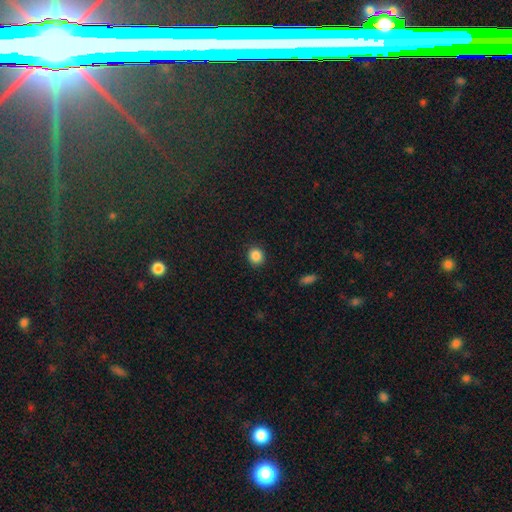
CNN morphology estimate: Smooth or featured? Predicted: smooth (p=0.87). How rounded? Predicted: round (p=0.86). Merging? Predicted: none (p=0.91).